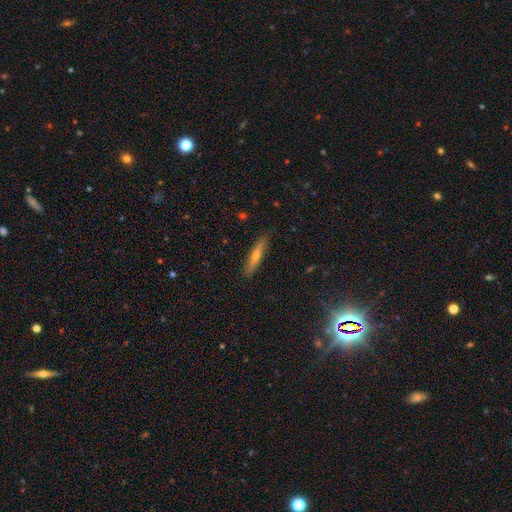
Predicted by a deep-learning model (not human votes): This is possibly a featured or disk galaxy (49%). Merging: clearly none (89%).